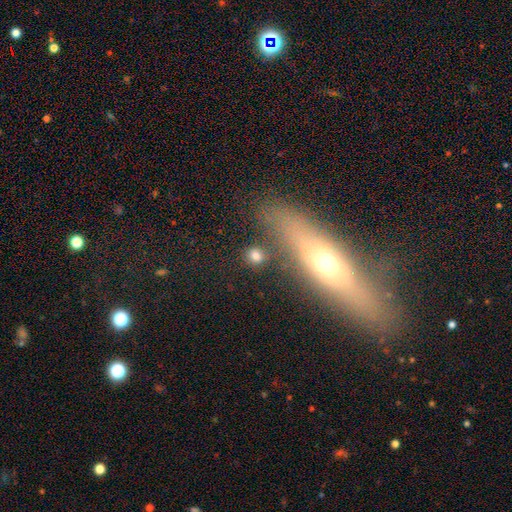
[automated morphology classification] Smooth or featured? Predicted: smooth (p=0.77). How rounded? Predicted: round (p=0.78). Merging? Predicted: none (p=0.80).